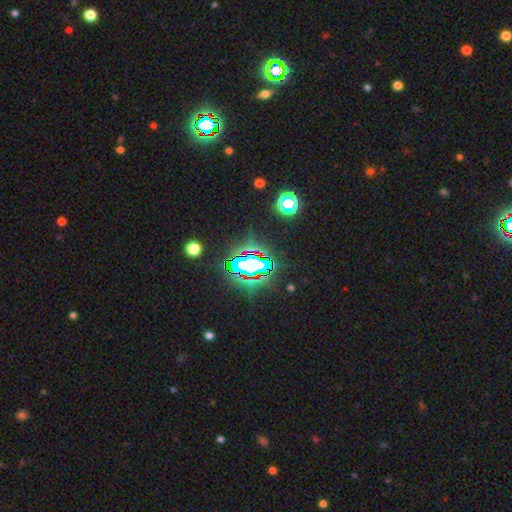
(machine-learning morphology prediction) Smooth or featured?
  - star or artifact: 84% *
  - smooth: 9%
  - featured or disk: 7%